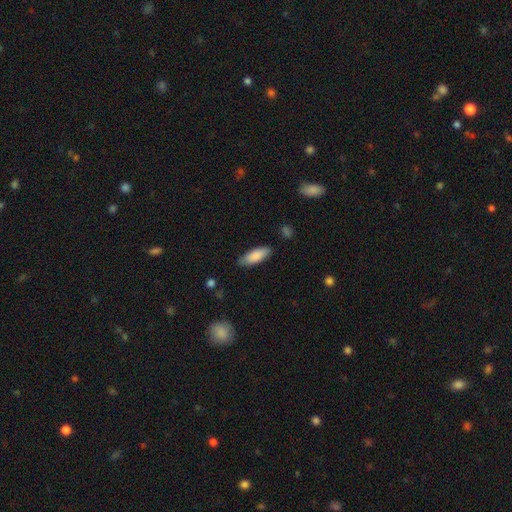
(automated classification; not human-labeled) Overall: smooth (86%). How rounded: in between (69%; cigar-shaped 29%). Merging: none (81%).